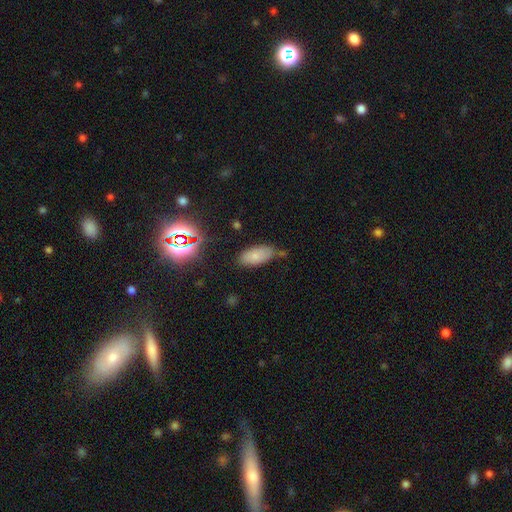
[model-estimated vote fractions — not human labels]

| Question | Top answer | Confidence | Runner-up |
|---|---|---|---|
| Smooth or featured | smooth | 76% | star or artifact (12%) |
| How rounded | in between | 90% | cigar-shaped (7%) |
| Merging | none | 70% | minor disturbance (20%) |